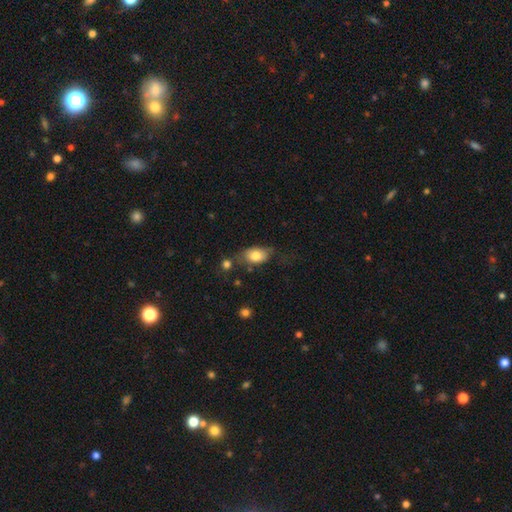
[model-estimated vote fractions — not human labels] A smooth galaxy with no disk features (78%) that is in between round and cigar-shaped (85%).

Vote fractions:
- Smooth or featured? smooth: 78% / featured or disk: 15% / star or artifact: 7%
- How rounded? in between: 85% / round: 12% / cigar-shaped: 3%
- Merging? none: 52% / minor disturbance: 26% / major disturbance: 12% / merger: 10%